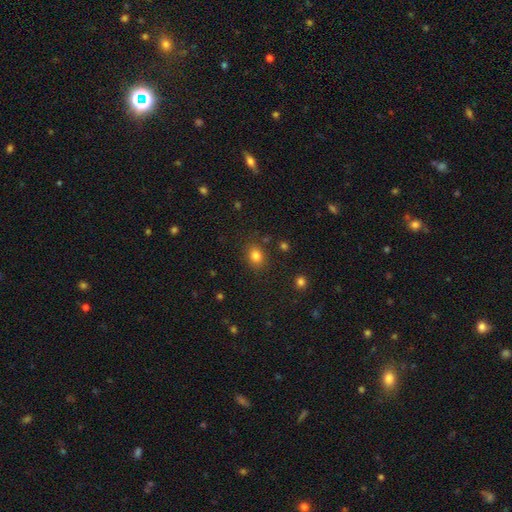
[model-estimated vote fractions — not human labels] Smooth or featured?
  - smooth: 83% *
  - star or artifact: 12%
  - featured or disk: 5%
How rounded?
  - round: 51% *
  - in between: 48%
  - cigar-shaped: 1%
Merging?
  - none: 83% *
  - minor disturbance: 11%
  - major disturbance: 4%
  - merger: 3%